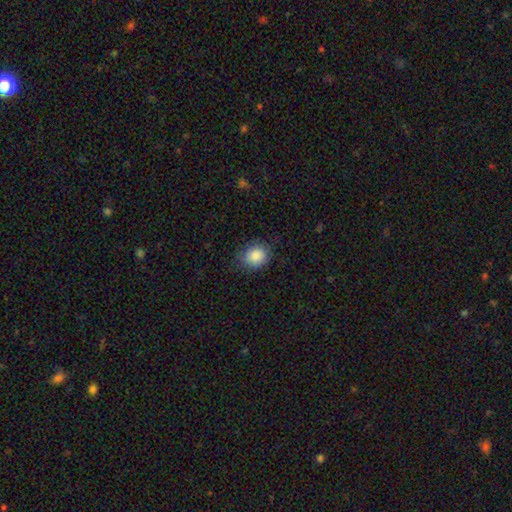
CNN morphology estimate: The model was most divided on "how rounded": round: 60%, in between: 39%, cigar-shaped: 1%. More confident: smooth or featured — smooth (87%); merging — none (80%).